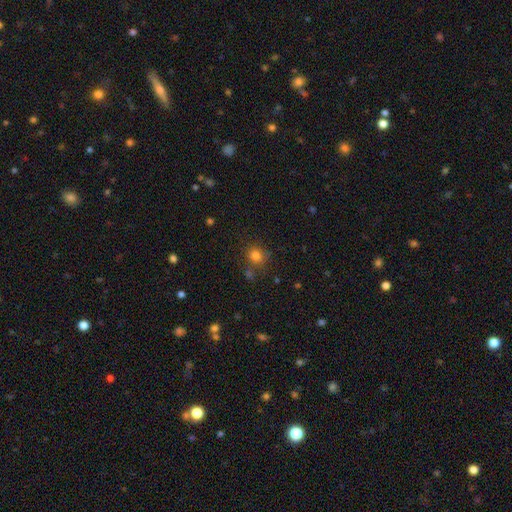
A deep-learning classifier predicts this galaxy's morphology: smooth-or-featured: smooth: 79% | star or artifact: 15% | featured or disk: 6%
  how-rounded: round: 79% | in between: 20% | cigar-shaped: 1%
  merging: none: 72% | minor disturbance: 14% | merger: 10% | major disturbance: 5%